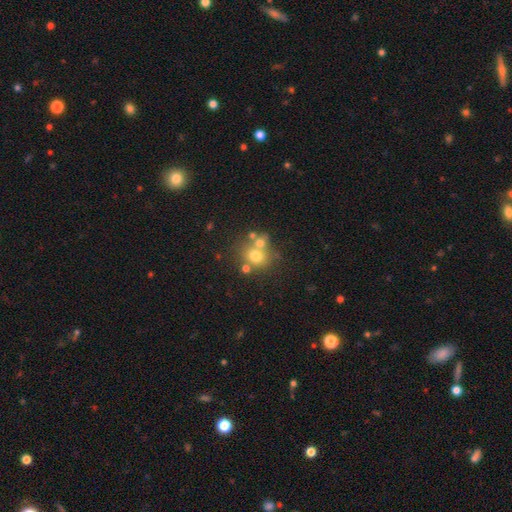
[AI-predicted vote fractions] Smooth or featured? Predicted: smooth (p=0.66). How rounded? Predicted: round (p=0.78). Merging? Predicted: none (p=0.52).